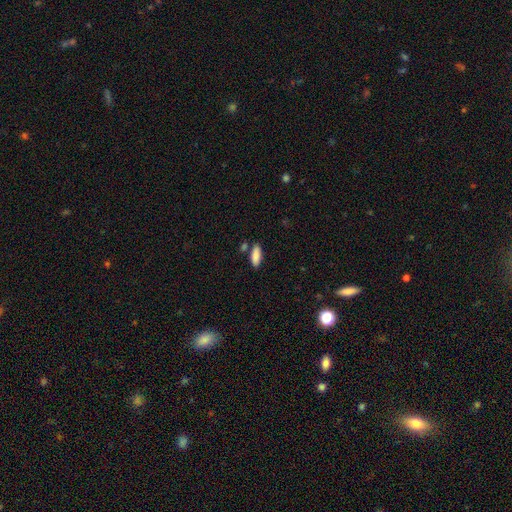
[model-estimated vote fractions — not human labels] Smooth or featured: smooth — 87% (star or artifact — 7%)
How rounded: in between — 69% (cigar-shaped — 29%)
Merging: none — 76% (minor disturbance — 12%)